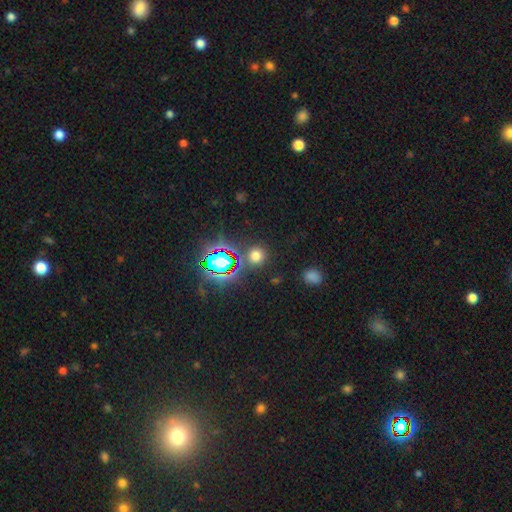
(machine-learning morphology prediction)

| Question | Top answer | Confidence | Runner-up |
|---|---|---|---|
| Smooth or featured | smooth | 62% | star or artifact (32%) |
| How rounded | round | 91% | in between (8%) |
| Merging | none | 84% | minor disturbance (8%) |